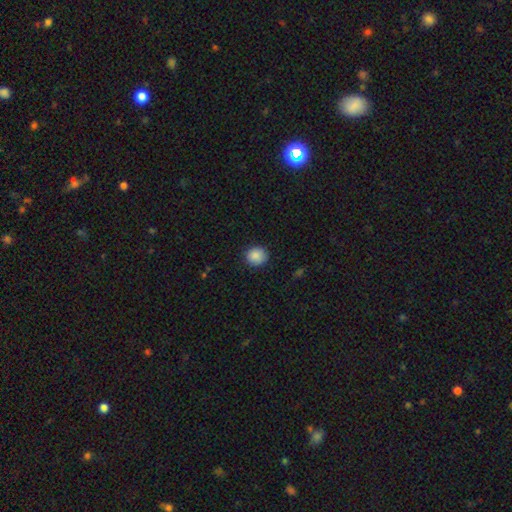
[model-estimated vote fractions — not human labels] This appears to be a smooth galaxy with no disk features (88%) that is round (83%). Merging: none (88%).